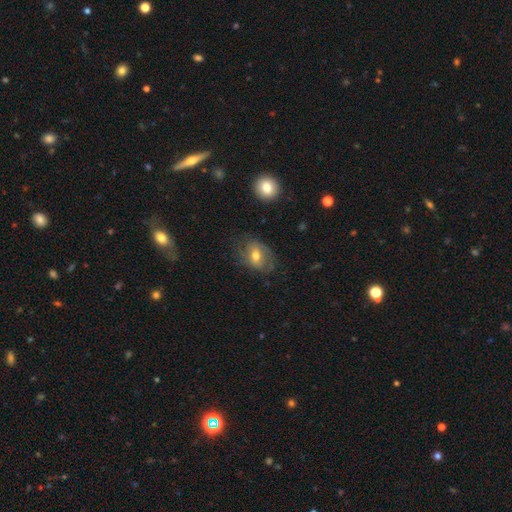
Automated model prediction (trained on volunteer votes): Smooth or featured? Predicted: featured or disk (p=0.50). Edge-on disk? Predicted: no (p=0.95). Merging? Predicted: none (p=0.63).